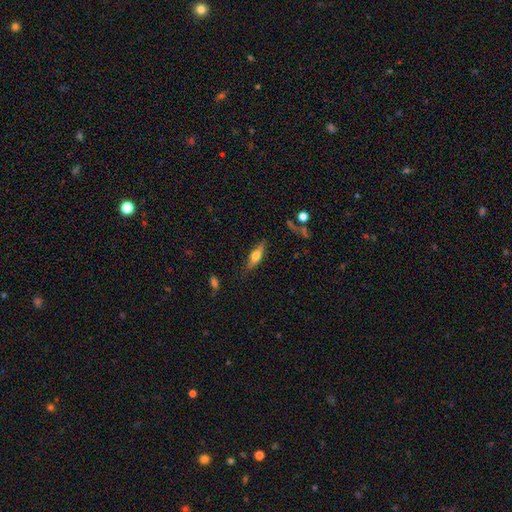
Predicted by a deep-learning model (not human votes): Smooth or featured?
  - smooth: 47% *
  - featured or disk: 46%
  - star or artifact: 7%
Merging?
  - none: 81% *
  - minor disturbance: 14%
  - major disturbance: 4%
  - merger: 2%